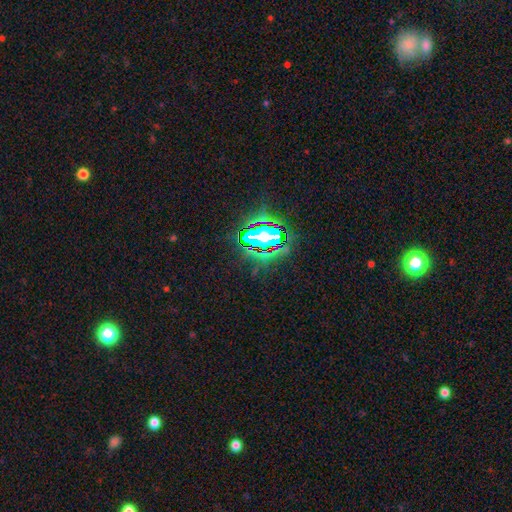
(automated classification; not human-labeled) smooth-or-featured: star or artifact: 83% | smooth: 10% | featured or disk: 7%